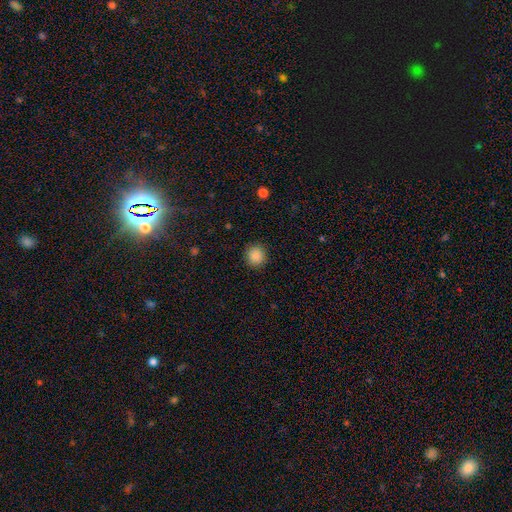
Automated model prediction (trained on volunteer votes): A smooth galaxy with no disk features (88%) that is round (91%).

Vote fractions:
- Smooth or featured? smooth: 88% / star or artifact: 9% / featured or disk: 3%
- How rounded? round: 91% / in between: 8% / cigar-shaped: 1%
- Merging? none: 90% / minor disturbance: 6% / major disturbance: 2% / merger: 1%